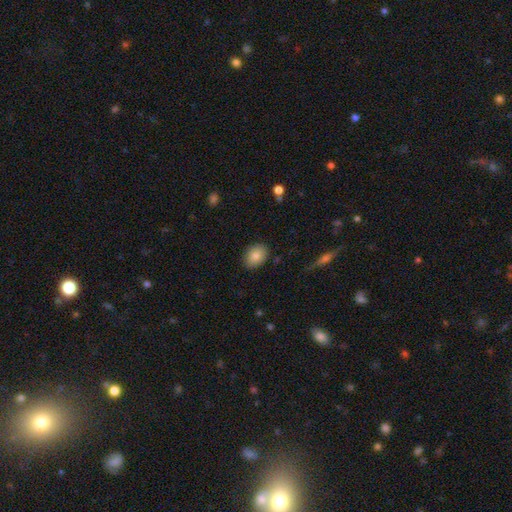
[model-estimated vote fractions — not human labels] A smooth galaxy with no disk features (84%) that is in between round and cigar-shaped (70%). Merging: none (86%).